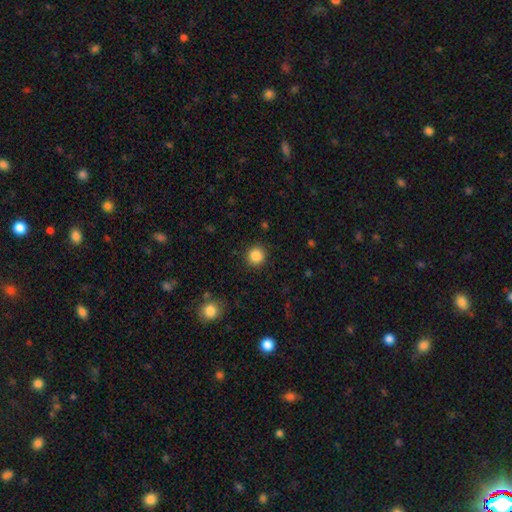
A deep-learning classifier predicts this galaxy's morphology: smooth_or_featured: smooth (p=0.86) [alt: star or artifact p=0.10]
how_rounded: round (p=0.92) [alt: in between p=0.07]
merging: none (p=0.90) [alt: minor disturbance p=0.06]